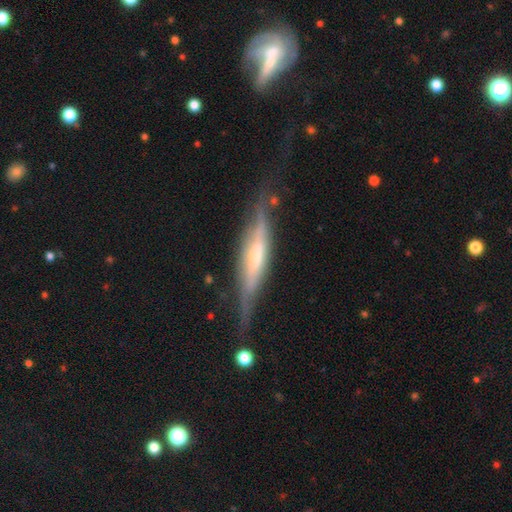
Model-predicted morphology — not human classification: Smooth or featured?
  - featured or disk: 72% *
  - smooth: 23%
  - star or artifact: 6%
Edge-on disk?
  - yes: 90% *
  - no: 10%
Edge-on bulge?
  - rounded: 45% *
  - boxy: 29%
  - none: 26%
Merging?
  - none: 68% *
  - minor disturbance: 22%
  - major disturbance: 7%
  - merger: 3%